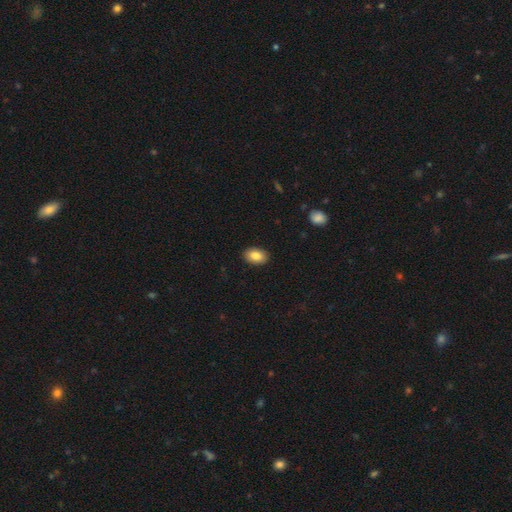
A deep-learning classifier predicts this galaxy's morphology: Smooth or featured: smooth — 86% (star or artifact — 7%)
How rounded: in between — 87% (round — 12%)
Merging: none — 90% (minor disturbance — 7%)